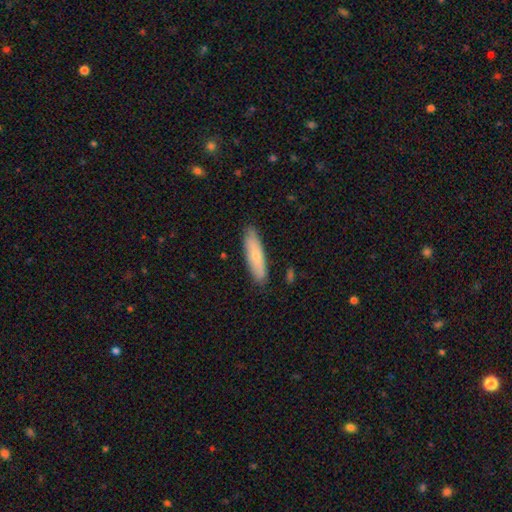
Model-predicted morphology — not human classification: A smooth galaxy with no disk features (68%) that is cigar-shaped (68%). Merging: none (85%).